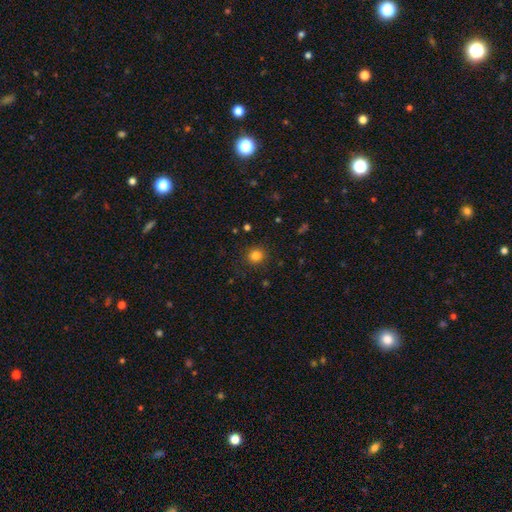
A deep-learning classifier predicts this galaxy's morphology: Smooth or featured? Predicted: smooth (p=0.82). How rounded? Predicted: round (p=0.90). Merging? Predicted: none (p=0.89).